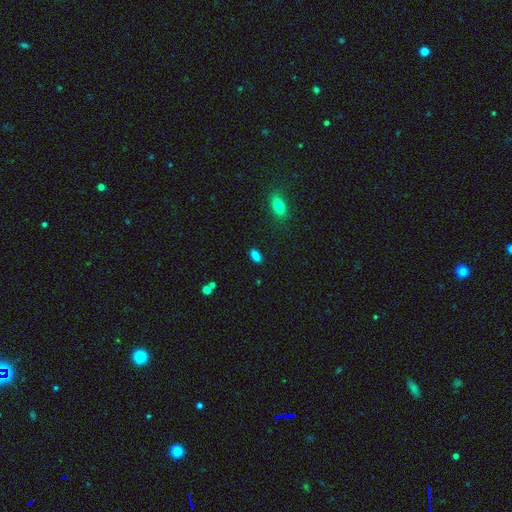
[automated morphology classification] type=smooth (84%); roundness=in between (89%); merging=none (86%).